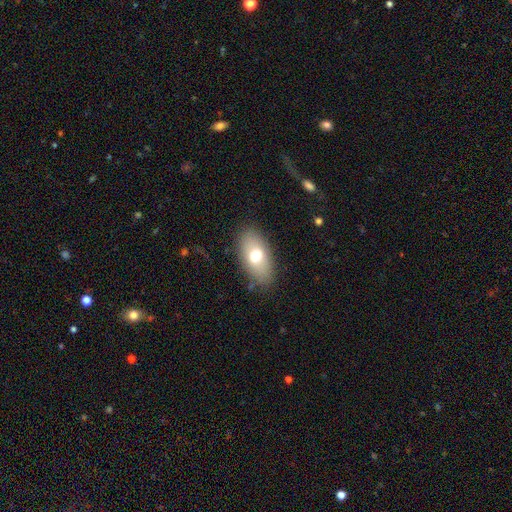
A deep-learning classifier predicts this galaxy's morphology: smooth 69%, featured or disk 22%, star or artifact 8%. Down the decision tree: how rounded — in between (90%); merging — none (83%).